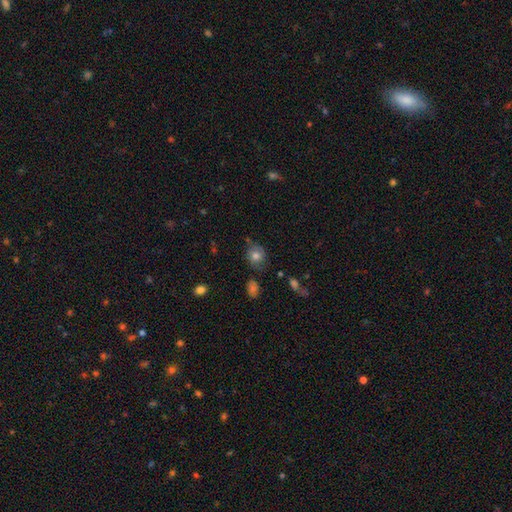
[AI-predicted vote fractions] A smooth galaxy with no disk features (75%) that is round (72%).

Vote fractions:
- Smooth or featured? smooth: 75% / featured or disk: 14% / star or artifact: 11%
- How rounded? round: 72% / in between: 27% / cigar-shaped: 1%
- Merging? none: 69% / minor disturbance: 22% / major disturbance: 5% / merger: 4%